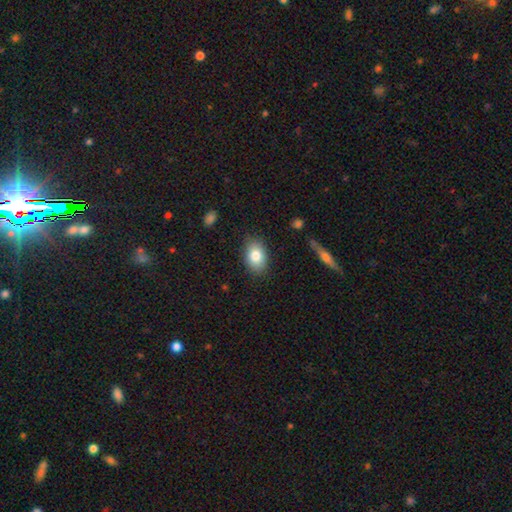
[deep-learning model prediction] Overall: smooth (81%). How rounded: in between (86%). Merging: none (85%).